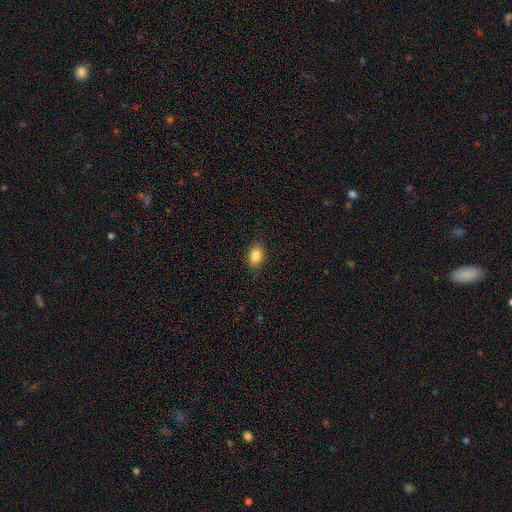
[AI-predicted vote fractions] smooth 85%, star or artifact 9%, featured or disk 7%. Down the decision tree: how rounded — in between (82%); merging — none (87%).